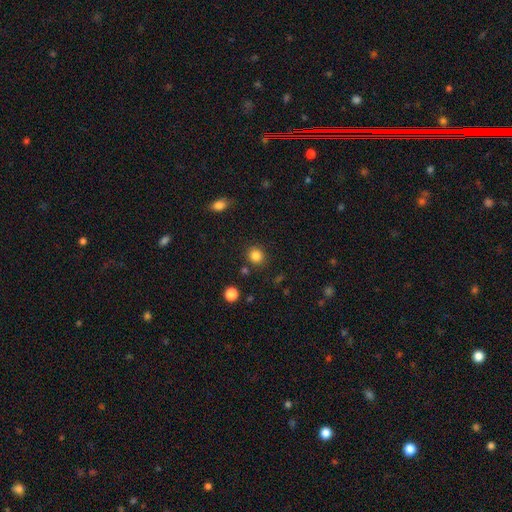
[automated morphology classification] type=smooth (84%); roundness=round (85%); merging=none (86%).